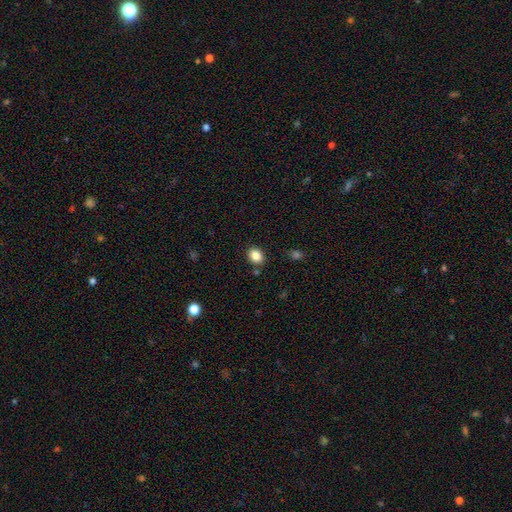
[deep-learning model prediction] Overall: smooth (85%). How rounded: in between (51%; round 48%). Merging: none (86%).